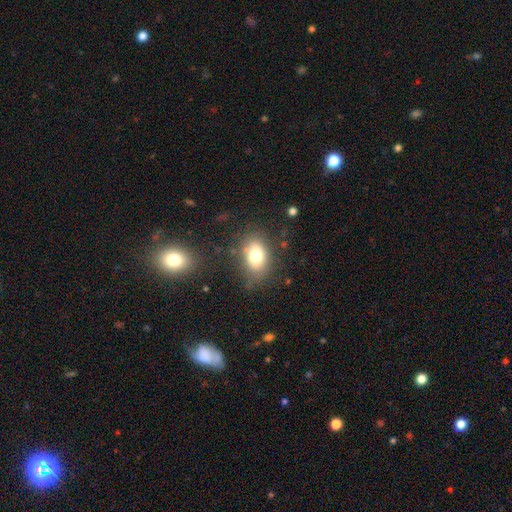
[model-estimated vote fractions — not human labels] This is likely a smooth galaxy (75%). How rounded: likely in between (79%). Merging: likely none (74%).